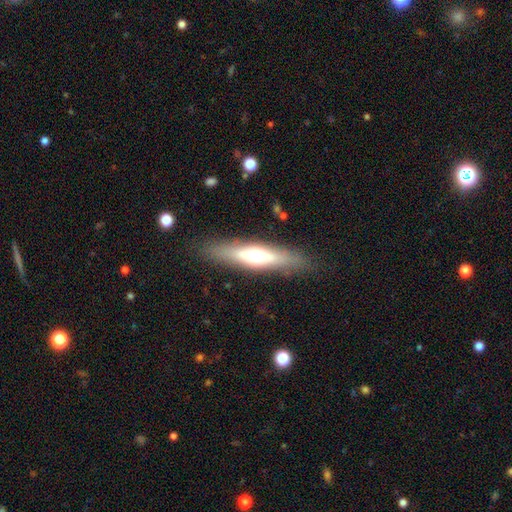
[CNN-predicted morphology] A smooth galaxy with no disk features (47%). Merging: none (85%).